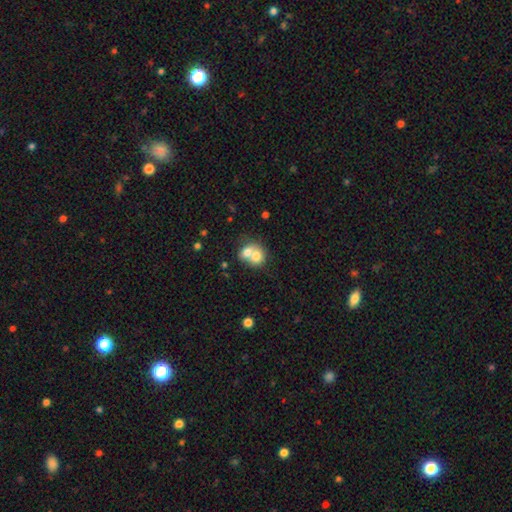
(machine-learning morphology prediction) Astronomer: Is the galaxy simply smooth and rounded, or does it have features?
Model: smooth — 70%.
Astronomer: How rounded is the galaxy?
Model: round — 60% (runner-up: in between, 39%).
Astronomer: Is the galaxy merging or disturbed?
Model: merger — 72%.